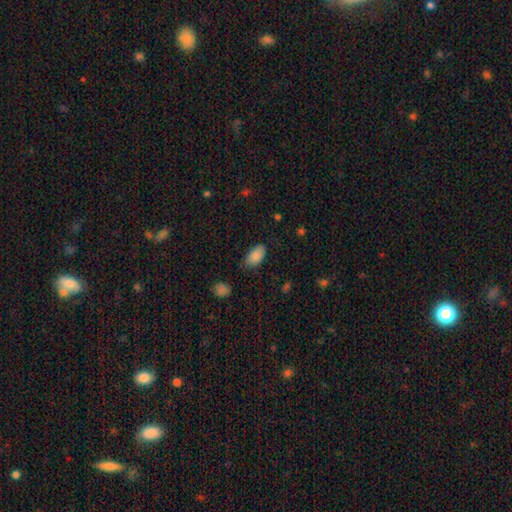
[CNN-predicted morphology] Smooth or featured? Predicted: smooth (p=0.87). How rounded? Predicted: in between (p=0.93). Merging? Predicted: none (p=0.71).